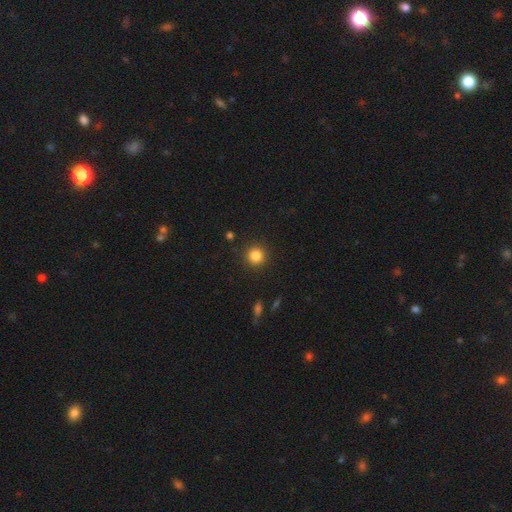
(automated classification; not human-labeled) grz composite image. It shows a smooth galaxy with no disk features (84%) that is round (95%). Merging: none (91%).